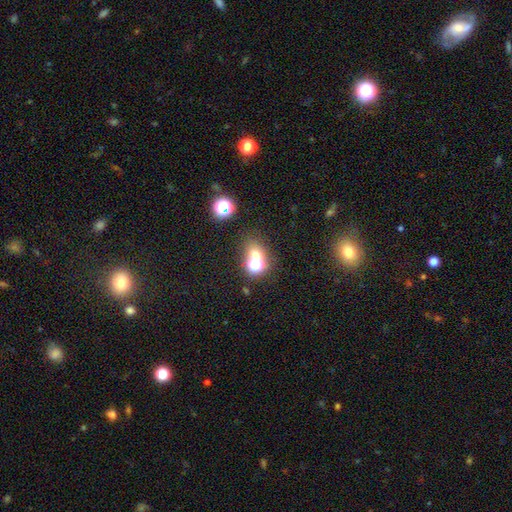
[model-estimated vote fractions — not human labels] Q: Smooth or featured?
A: smooth (57%); runner-up: star or artifact (30%)
Q: How rounded?
A: round (67%); runner-up: in between (32%)
Q: Merging?
A: none (53%); runner-up: merger (34%)